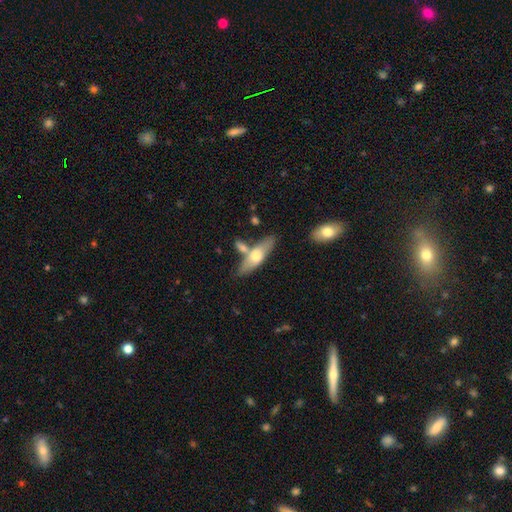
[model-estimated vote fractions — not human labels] This is possibly a smooth galaxy (54%). How rounded: possibly cigar-shaped (52%). Merging: possibly none (60%).